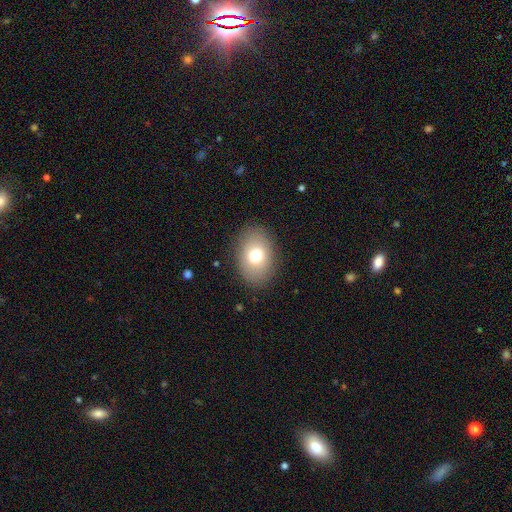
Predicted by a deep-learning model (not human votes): Smooth or featured?
  - smooth: 73% *
  - featured or disk: 17%
  - star or artifact: 10%
How rounded?
  - in between: 78% *
  - round: 21%
  - cigar-shaped: 1%
Merging?
  - none: 86% *
  - minor disturbance: 9%
  - major disturbance: 3%
  - merger: 1%